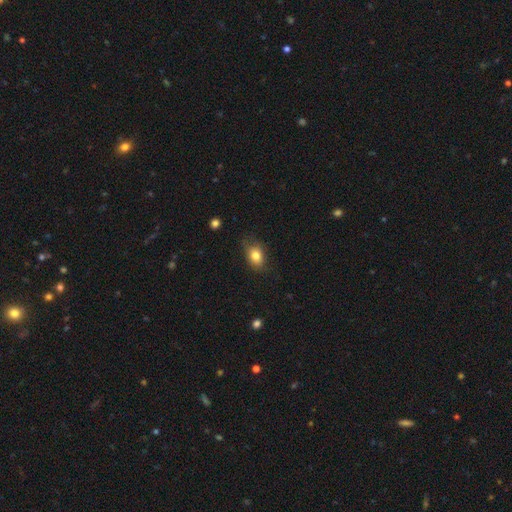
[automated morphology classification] A smooth galaxy with no disk features (81%) that is in between round and cigar-shaped (74%). Merging: none (71%).